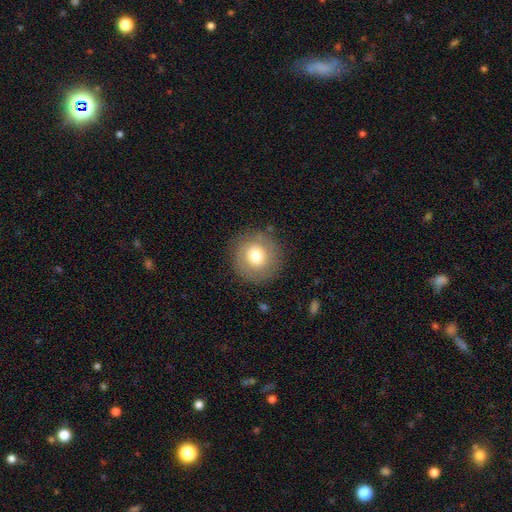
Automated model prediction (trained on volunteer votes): smooth-or-featured: smooth: 69% | featured or disk: 21% | star or artifact: 9%
  how-rounded: round: 95% | in between: 4% | cigar-shaped: 1%
  merging: none: 86% | minor disturbance: 9% | major disturbance: 4% | merger: 1%